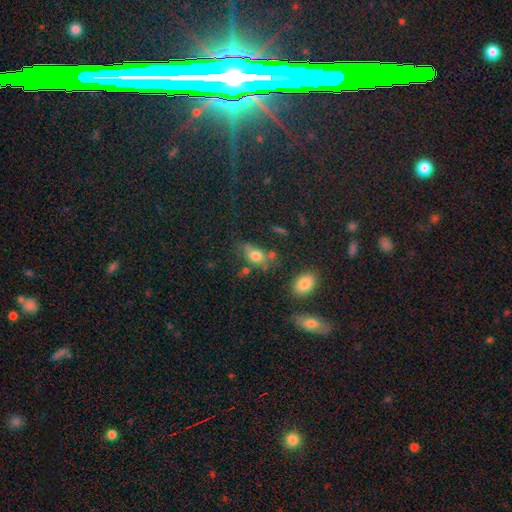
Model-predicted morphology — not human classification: The model was most divided on "merging": none: 48%, minor disturbance: 23%, merger: 17%, major disturbance: 12%. More confident: smooth or featured — smooth (74%); how rounded — in between (63%).